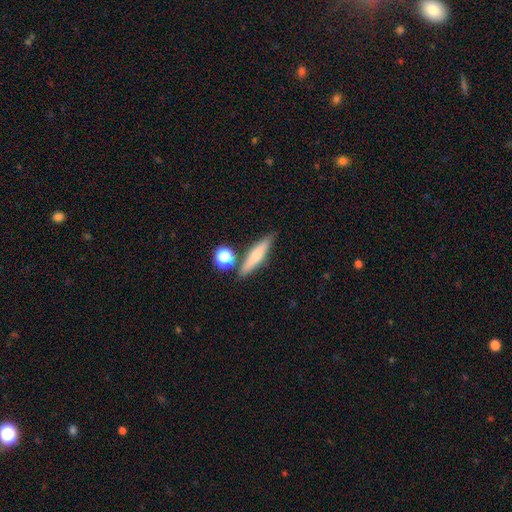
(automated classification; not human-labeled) Smooth or featured? Predicted: smooth (p=0.62). How rounded? Predicted: cigar-shaped (p=0.79). Merging? Predicted: none (p=0.77).